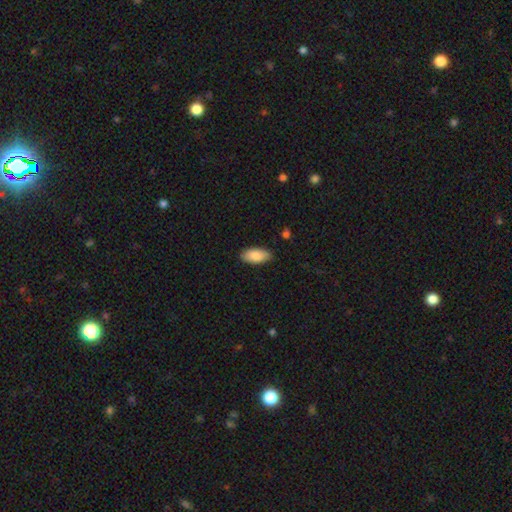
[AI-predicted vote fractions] Smooth or featured: smooth — 86% (featured or disk — 8%)
How rounded: in between — 92% (cigar-shaped — 6%)
Merging: none — 85% (minor disturbance — 12%)